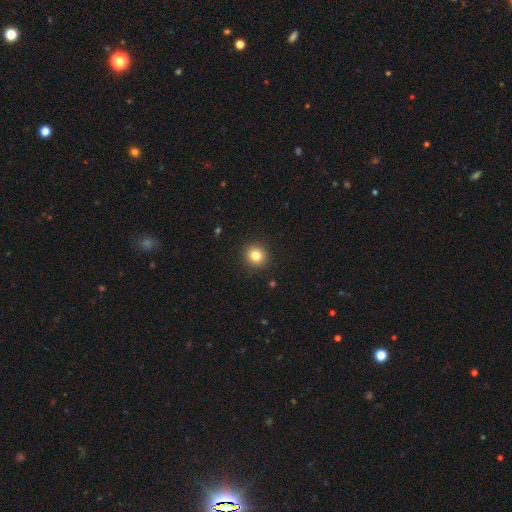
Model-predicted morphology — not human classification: Smooth or featured: smooth — 82% (star or artifact — 12%)
How rounded: round — 91% (in between — 8%)
Merging: none — 92% (minor disturbance — 5%)